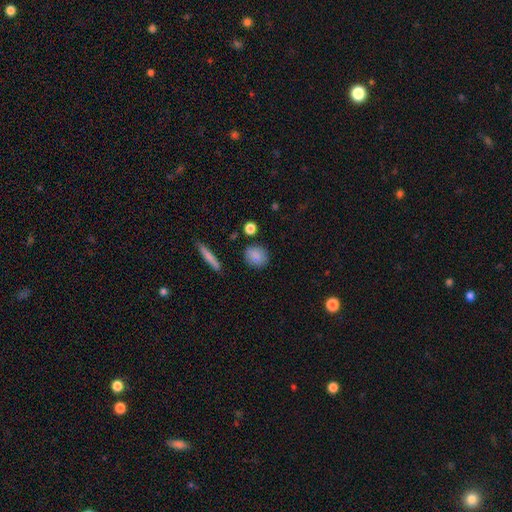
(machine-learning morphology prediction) A smooth galaxy with no disk features (85%) that is round (66%). Merging: none (83%).